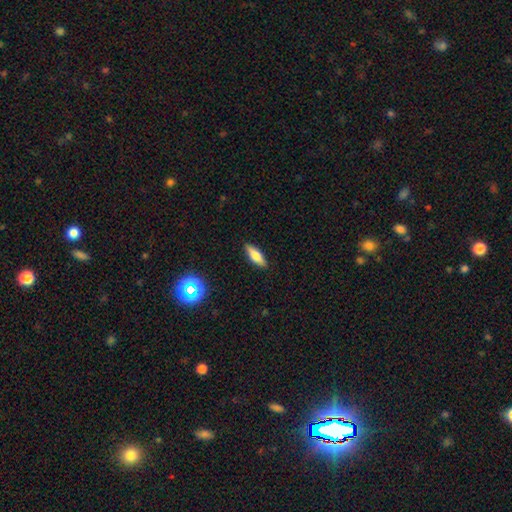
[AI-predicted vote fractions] Smooth or featured?
  - smooth: 58% *
  - featured or disk: 34%
  - star or artifact: 8%
How rounded?
  - in between: 51% *
  - cigar-shaped: 46%
  - round: 3%
Merging?
  - none: 89% *
  - minor disturbance: 8%
  - major disturbance: 2%
  - merger: 1%